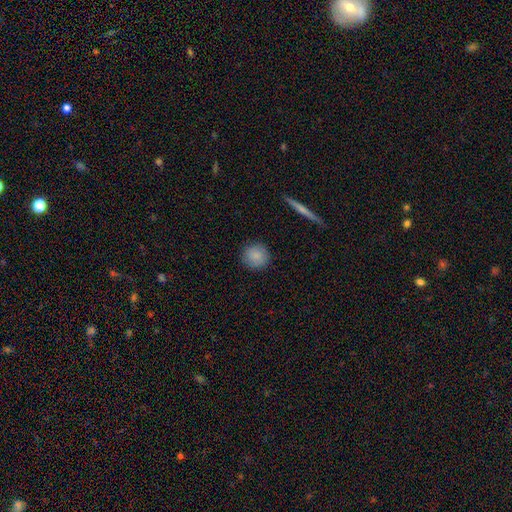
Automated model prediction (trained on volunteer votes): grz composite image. It shows a smooth galaxy with no disk features (85%) that is round (92%). Merging: none (89%).